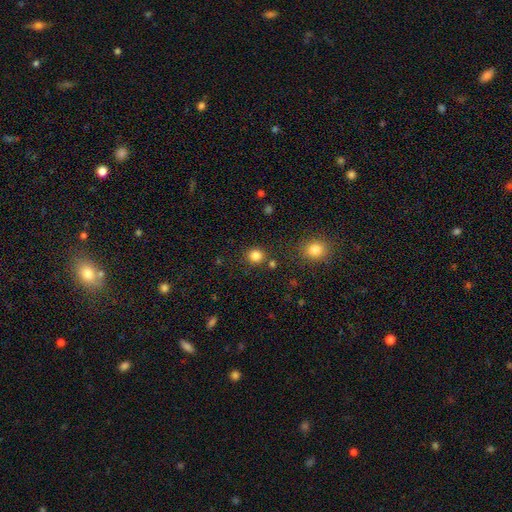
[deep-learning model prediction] Smooth or featured: smooth — 83% (star or artifact — 13%)
How rounded: round — 89% (in between — 10%)
Merging: none — 84% (minor disturbance — 7%)